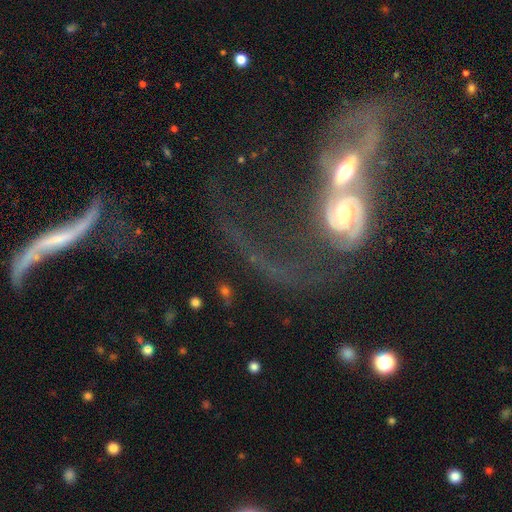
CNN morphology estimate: A featured or disk galaxy (64%) with no bar (67%), spiral arms (63%) and a moderate central bulge (48%).

Vote fractions:
- Smooth or featured? featured or disk: 64% / smooth: 24% / star or artifact: 13%
- Edge-on disk? no: 88% / yes: 12%
- Bar? no: 67% / weak: 22% / strong: 11%
- Spiral arms? yes: 63% / no: 37%
- Bulge size? moderate: 48% / small: 32% / large: 9% / none: 7% / dominant: 3%
- Merging? merger: 68% / major disturbance: 18% / none: 9% / minor disturbance: 5%